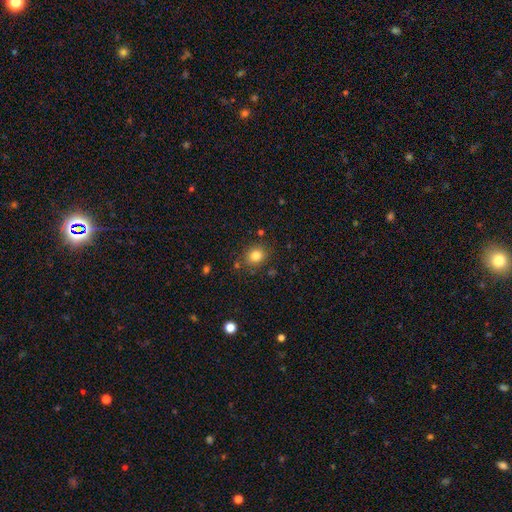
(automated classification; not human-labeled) Smooth or featured? Predicted: smooth (p=0.82). How rounded? Predicted: round (p=0.68). Merging? Predicted: none (p=0.81).